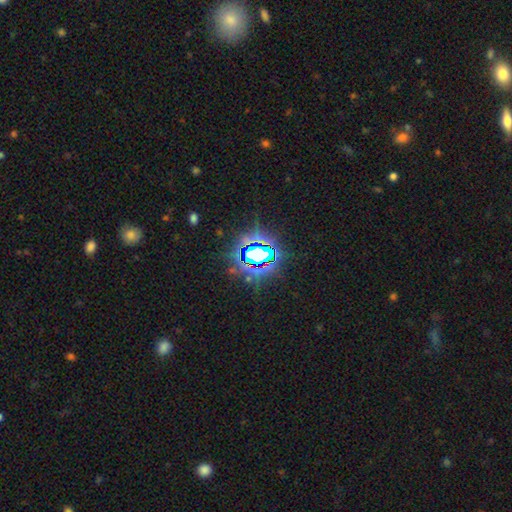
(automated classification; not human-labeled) Smooth or featured?
  - star or artifact: 76% *
  - smooth: 13%
  - featured or disk: 11%